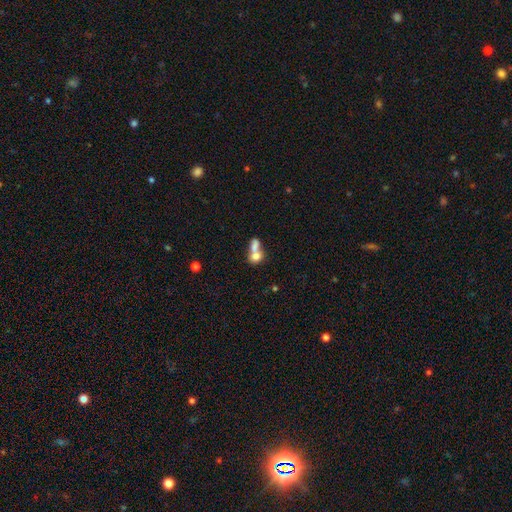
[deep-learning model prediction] The model was most divided on "how rounded": in between: 52%, round: 44%, cigar-shaped: 4%. More confident: smooth or featured — smooth (71%); merging — merger (70%).